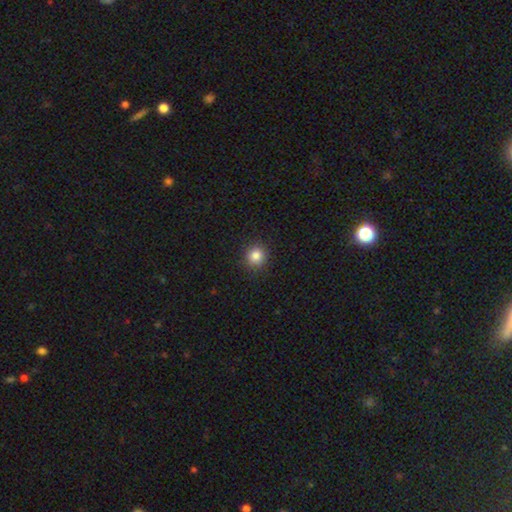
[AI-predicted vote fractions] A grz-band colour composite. It shows a smooth galaxy with no disk features (84%) that is round (92%). Merging: none (91%).